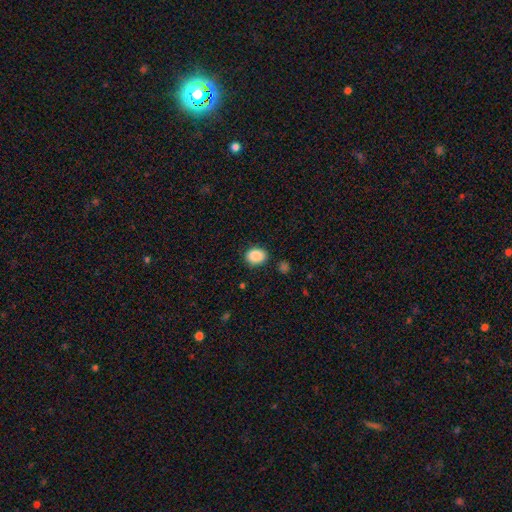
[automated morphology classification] Q: Smooth or featured?
A: smooth (89%); runner-up: star or artifact (8%)
Q: How rounded?
A: in between (60%); runner-up: round (39%)
Q: Merging?
A: none (84%); runner-up: minor disturbance (11%)